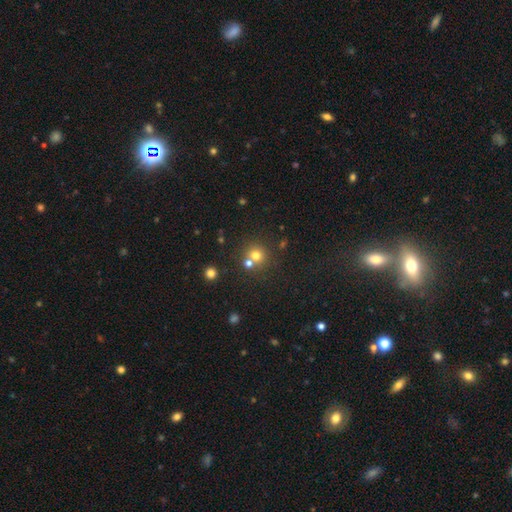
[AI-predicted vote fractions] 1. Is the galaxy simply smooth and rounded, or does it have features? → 71% smooth, 18% star or artifact, 11% featured or disk.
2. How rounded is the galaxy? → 89% round, 10% in between, 1% cigar-shaped.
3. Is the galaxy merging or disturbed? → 61% none, 28% merger, 7% minor disturbance, 3% major disturbance.